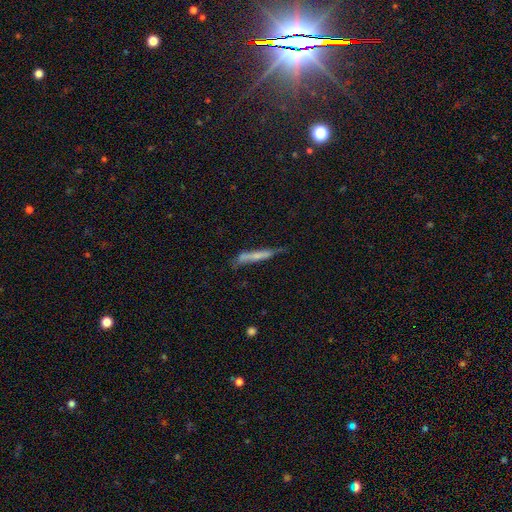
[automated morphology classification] Smooth or featured? Predicted: smooth (p=0.57). How rounded? Predicted: cigar-shaped (p=0.93). Merging? Predicted: none (p=0.57).